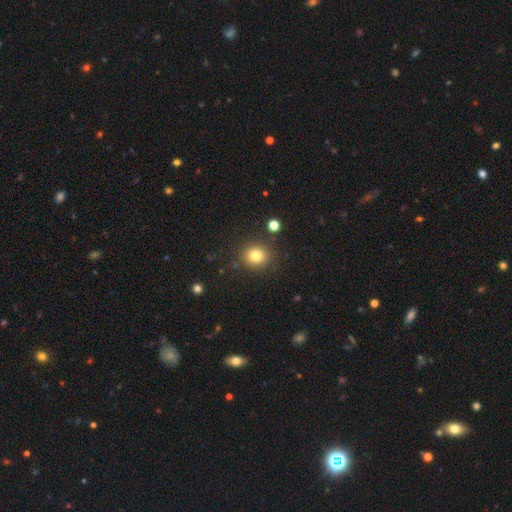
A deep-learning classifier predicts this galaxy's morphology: A smooth galaxy with no disk features (80%) that is round (87%). Merging: none (86%).